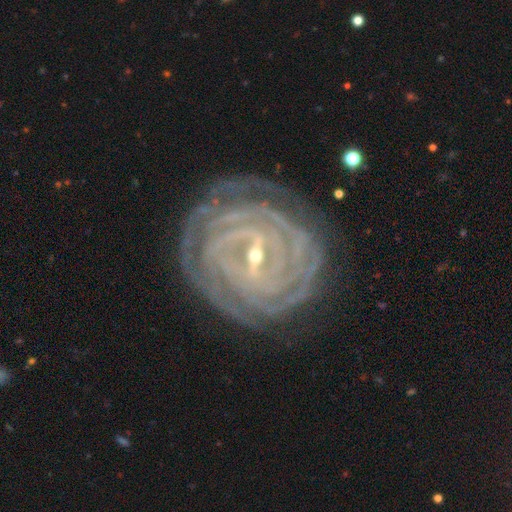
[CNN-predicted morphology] Smooth or featured? Predicted: featured or disk (p=0.92). Edge-on disk? Predicted: no (p=0.96). Bar? Predicted: strong (p=0.58). Spiral arms? Predicted: yes (p=0.98). Spiral winding? Predicted: tight (p=0.87). Spiral arm count? Predicted: 4 (p=0.29). Bulge size? Predicted: small (p=0.72). Merging? Predicted: none (p=0.79).